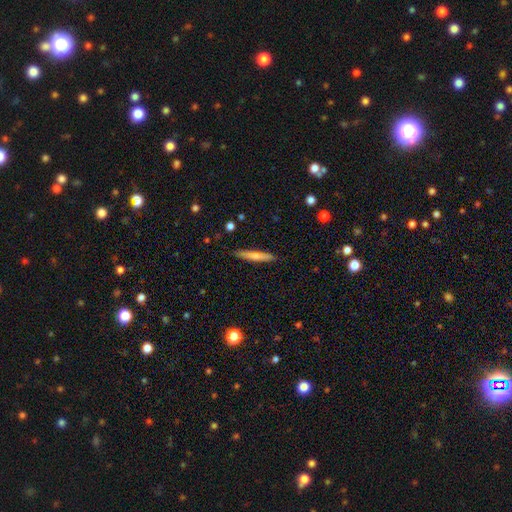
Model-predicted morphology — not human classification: This is possibly a smooth galaxy (58%). How rounded: clearly cigar-shaped (91%). Merging: clearly none (87%).